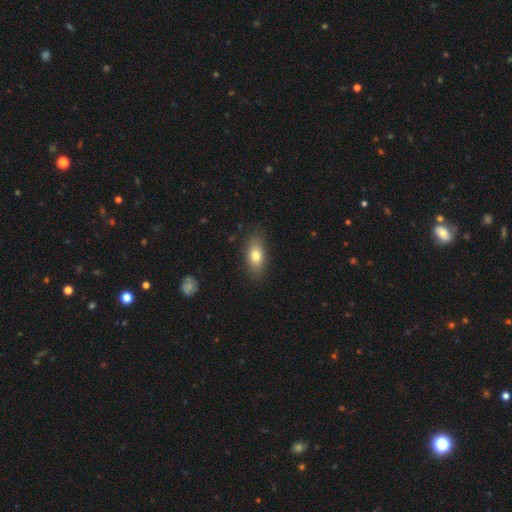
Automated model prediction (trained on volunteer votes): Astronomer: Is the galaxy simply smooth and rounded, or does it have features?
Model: smooth — 76%.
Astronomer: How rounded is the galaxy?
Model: in between — 82%.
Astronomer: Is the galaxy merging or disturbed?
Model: none — 83%.